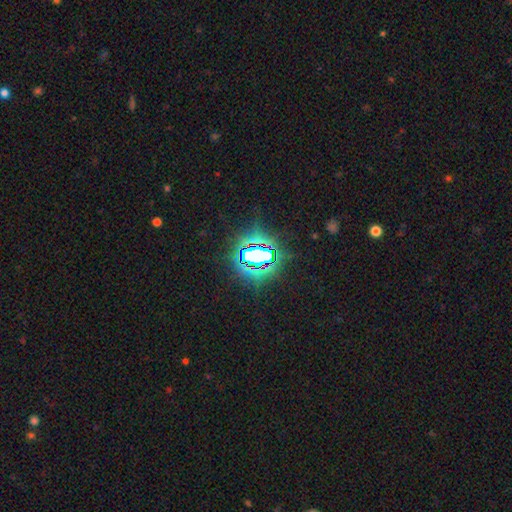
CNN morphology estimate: A star or artifact, not a galaxy (75%).